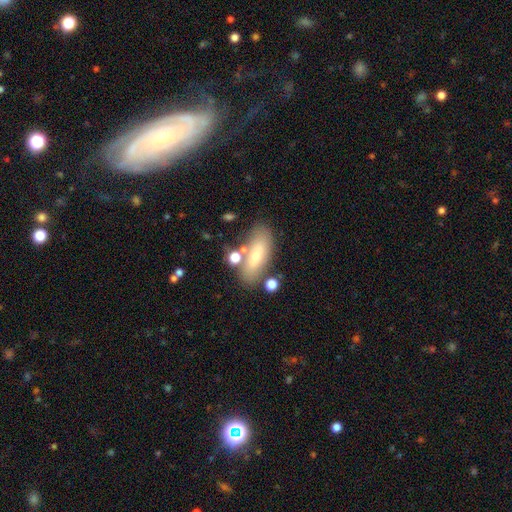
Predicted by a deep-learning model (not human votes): This appears to be a smooth galaxy with no disk features (66%) that is in between round and cigar-shaped (64%). Merging: none (70%).